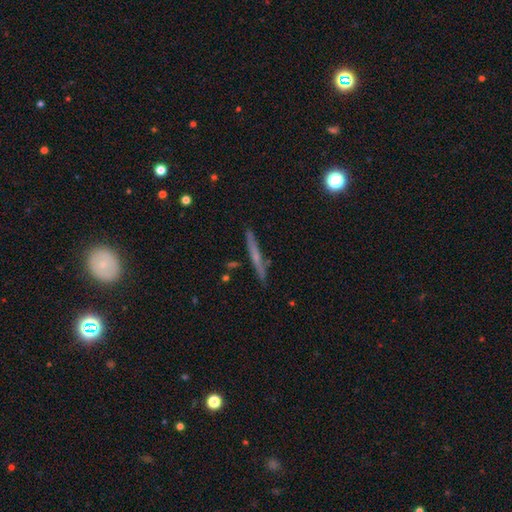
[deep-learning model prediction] Overall: featured or disk (52%; smooth 40%). Edge-on disk: yes (95%). Merging: none (86%).